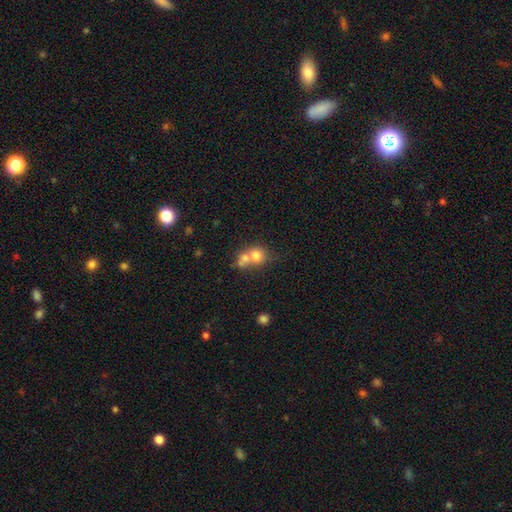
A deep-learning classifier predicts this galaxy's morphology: Overall: smooth (71%). How rounded: round (75%). Merging: merger (62%; none 27%).